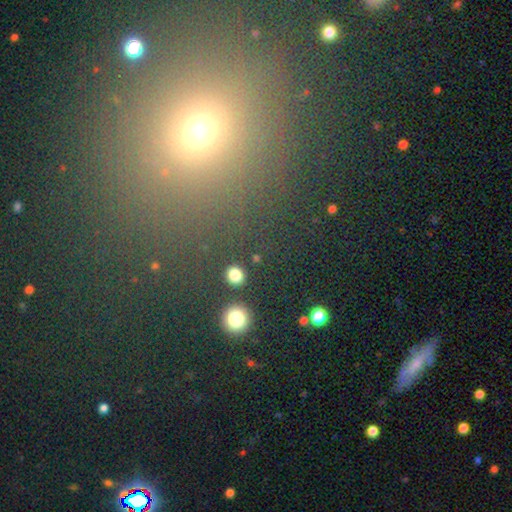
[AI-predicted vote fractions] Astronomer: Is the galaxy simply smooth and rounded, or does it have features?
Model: smooth — 46% (runner-up: star or artifact, 45%).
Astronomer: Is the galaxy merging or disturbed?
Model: none — 86%.